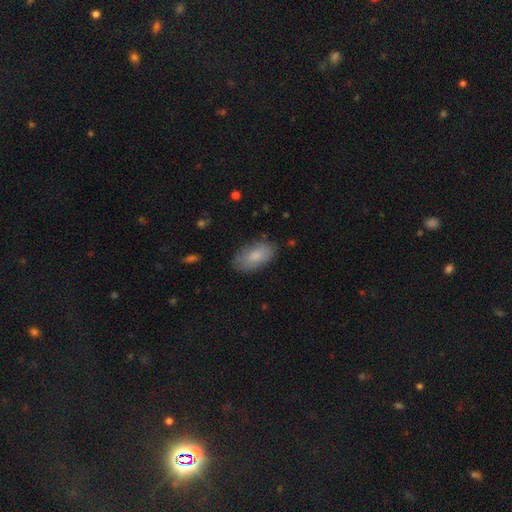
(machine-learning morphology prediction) Smooth or featured?
  - smooth: 82% *
  - featured or disk: 12%
  - star or artifact: 6%
How rounded?
  - in between: 93% *
  - round: 4%
  - cigar-shaped: 3%
Merging?
  - none: 80% *
  - minor disturbance: 16%
  - major disturbance: 3%
  - merger: 1%